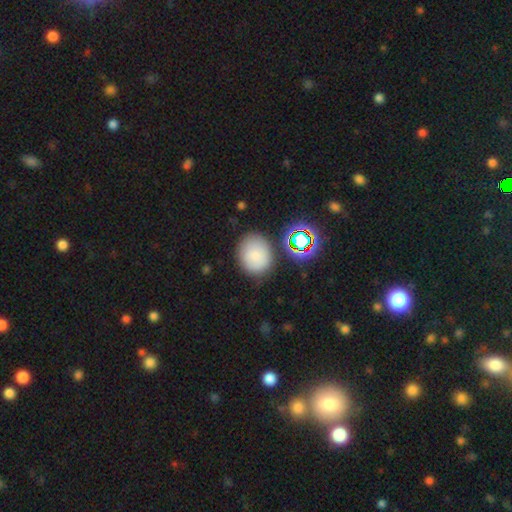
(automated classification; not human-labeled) This is likely a smooth galaxy (79%). How rounded: likely round (63%). Merging: likely none (78%).